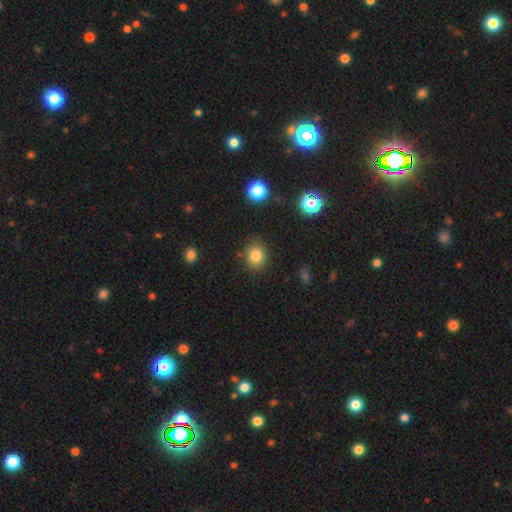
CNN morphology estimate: Overall: smooth (82%). How rounded: round (66%; in between 33%). Merging: none (85%).